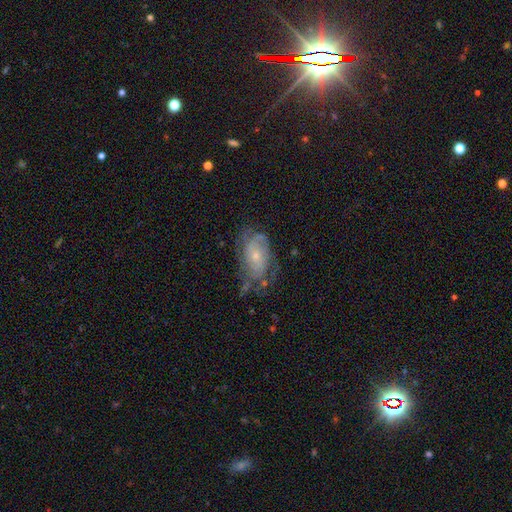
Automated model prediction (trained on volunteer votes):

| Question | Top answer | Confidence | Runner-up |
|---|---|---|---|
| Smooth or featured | featured or disk | 71% | smooth (21%) |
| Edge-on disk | no | 95% | yes (5%) |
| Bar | no | 76% | weak (21%) |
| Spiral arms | yes | 82% | no (18%) |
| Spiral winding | tight | 49% | medium (36%) |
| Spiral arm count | can't tell | 44% | 2 (29%) |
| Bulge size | small | 64% | moderate (30%) |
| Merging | none | 53% | minor disturbance (27%) |